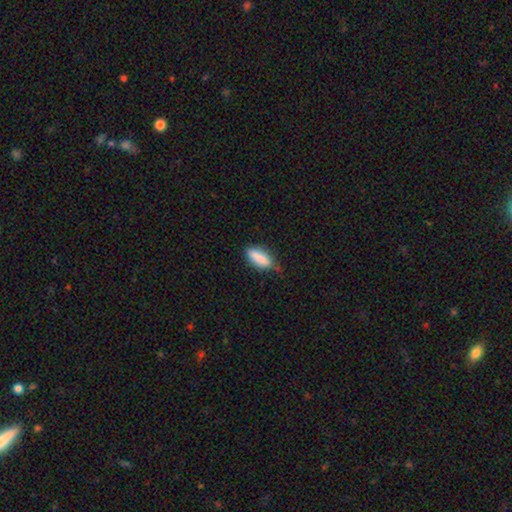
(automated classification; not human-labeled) Morphology: type=smooth (83%); roundness=in between (62%); merging=none (71%).